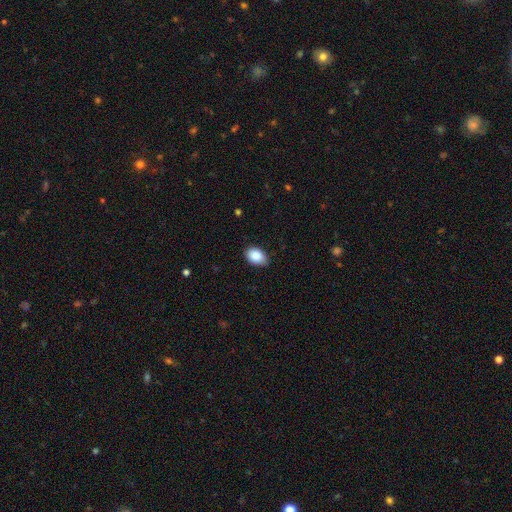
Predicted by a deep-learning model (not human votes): Smooth or featured: smooth — 87% (star or artifact — 7%)
How rounded: in between — 84% (round — 15%)
Merging: none — 81% (minor disturbance — 16%)